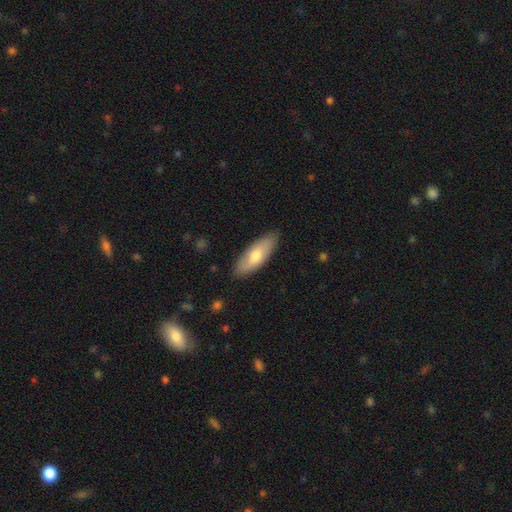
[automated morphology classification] A smooth galaxy with no disk features (63%) that is in between round and cigar-shaped (72%). Merging: none (86%).